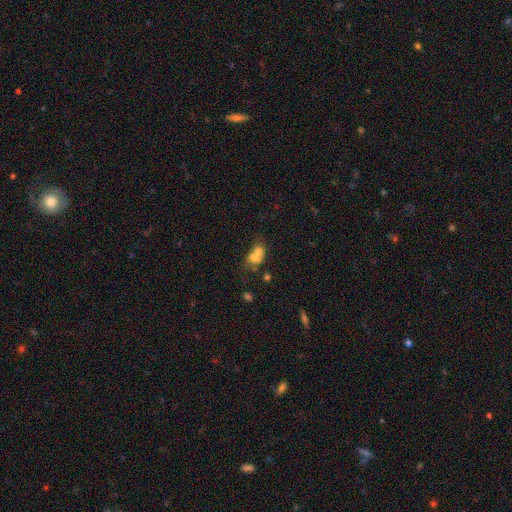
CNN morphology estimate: The model was most divided on "how rounded": round: 54%, in between: 44%, cigar-shaped: 2%. More confident: merging — merger (68%); smooth or featured — smooth (63%).